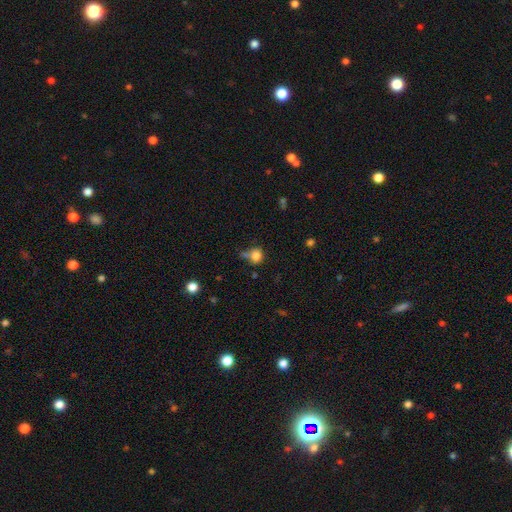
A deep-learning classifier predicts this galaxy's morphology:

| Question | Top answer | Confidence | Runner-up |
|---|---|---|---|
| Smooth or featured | smooth | 81% | star or artifact (12%) |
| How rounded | round | 78% | in between (21%) |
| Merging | none | 55% | minor disturbance (22%) |